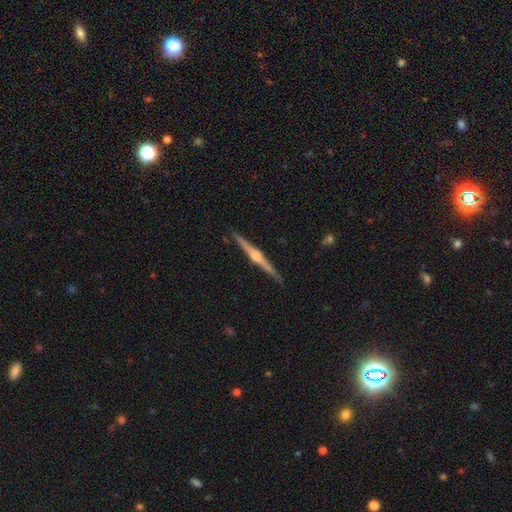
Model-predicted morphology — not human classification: featured or disk 85%, smooth 11%, star or artifact 5%. Down the decision tree: edge-on disk — yes (99%); edge-on bulge — rounded (90%); merging — none (92%).